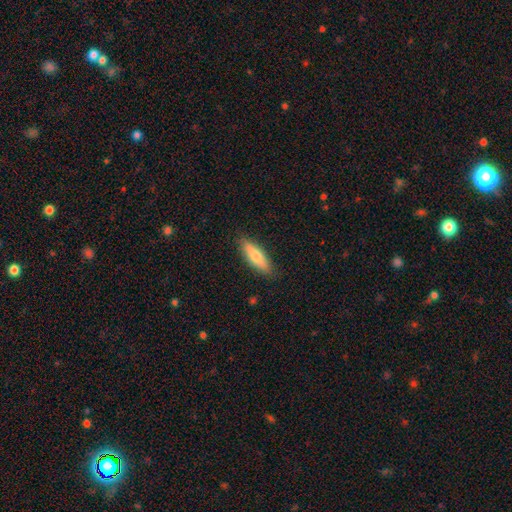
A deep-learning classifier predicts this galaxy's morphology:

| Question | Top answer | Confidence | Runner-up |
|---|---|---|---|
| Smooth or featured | smooth | 73% | featured or disk (21%) |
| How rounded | cigar-shaped | 59% | in between (39%) |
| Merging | none | 87% | minor disturbance (10%) |